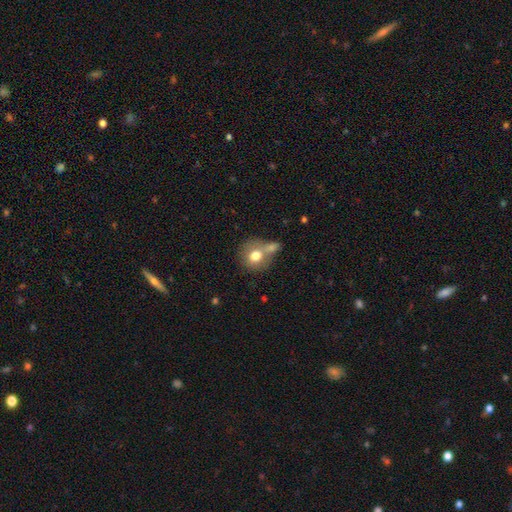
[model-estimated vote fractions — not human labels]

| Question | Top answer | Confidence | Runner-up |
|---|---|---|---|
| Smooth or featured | smooth | 75% | featured or disk (16%) |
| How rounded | round | 79% | in between (20%) |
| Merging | merger | 40% | tied: none (40%) |